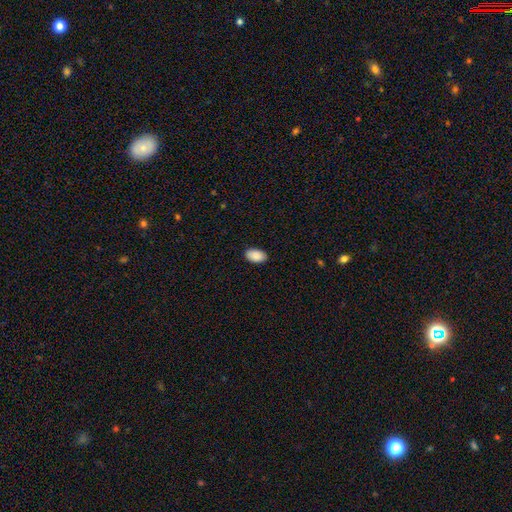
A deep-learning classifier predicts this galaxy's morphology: type=smooth (90%); roundness=in between (94%); merging=none (89%).